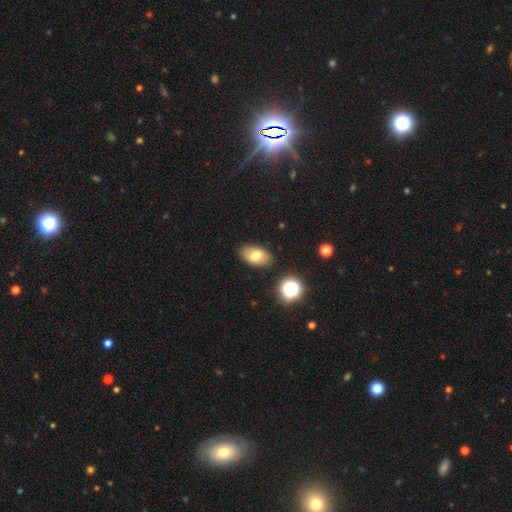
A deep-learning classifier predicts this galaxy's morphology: type=smooth (75%); roundness=in between (89%); merging=none (85%).